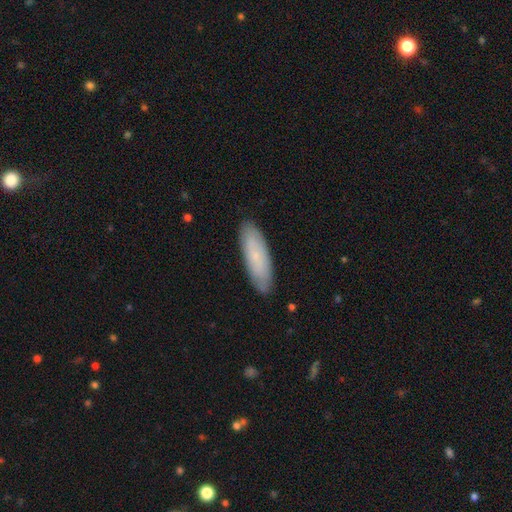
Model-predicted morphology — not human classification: Overall: smooth (68%). How rounded: cigar-shaped (51%; in between 47%). Merging: none (87%).